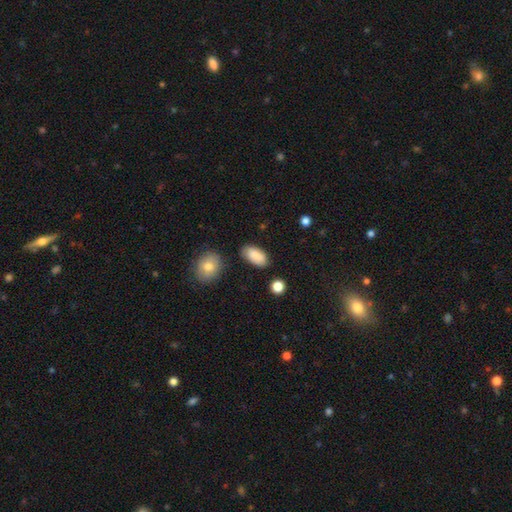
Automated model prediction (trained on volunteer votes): This appears to be a smooth galaxy with no disk features (88%) that is in between round and cigar-shaped (94%). Merging: none (79%).